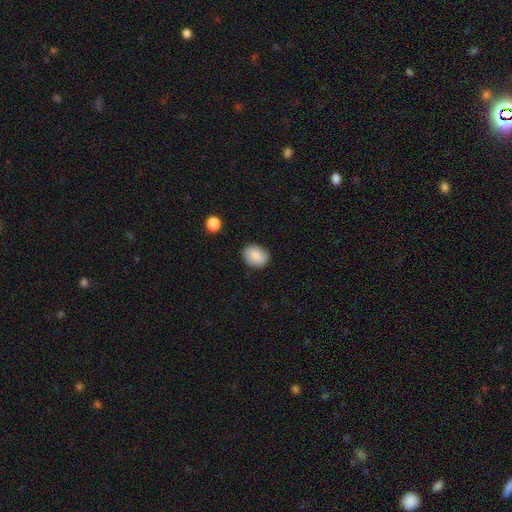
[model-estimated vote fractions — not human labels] smooth_or_featured: smooth (p=0.85) [alt: featured or disk p=0.08]
how_rounded: in between (p=0.54) [alt: round p=0.45]
merging: none (p=0.84) [alt: minor disturbance p=0.12]